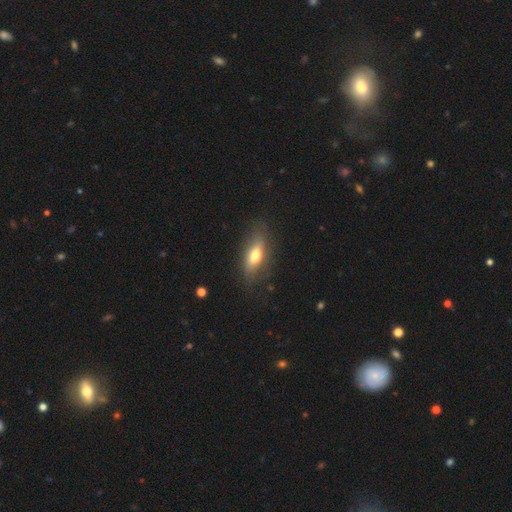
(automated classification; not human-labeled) A smooth galaxy with no disk features (65%) that is in between round and cigar-shaped (70%). Merging: none (77%).